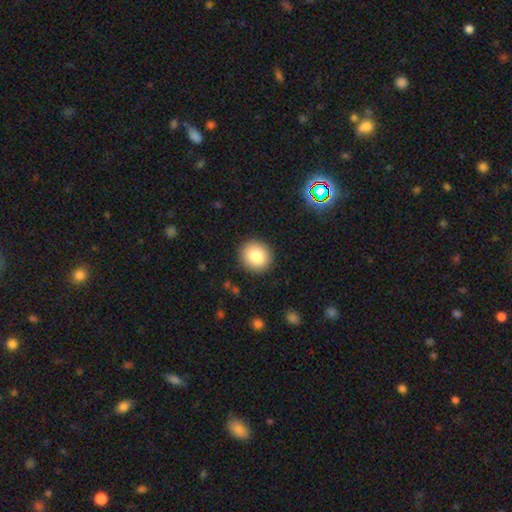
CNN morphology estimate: A smooth galaxy with no disk features (82%) that is round (75%).

Vote fractions:
- Smooth or featured? smooth: 82% / featured or disk: 9% / star or artifact: 9%
- How rounded? round: 75% / in between: 24% / cigar-shaped: 1%
- Merging? none: 88% / minor disturbance: 8% / major disturbance: 2% / merger: 1%